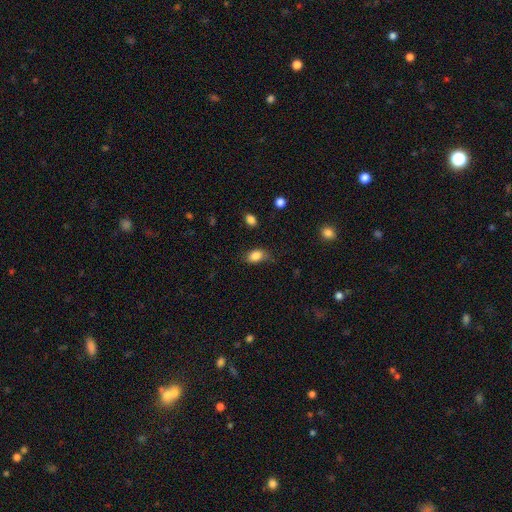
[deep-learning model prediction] Smooth or featured: smooth — 86% (star or artifact — 8%)
How rounded: in between — 87% (round — 11%)
Merging: none — 68% (minor disturbance — 24%)